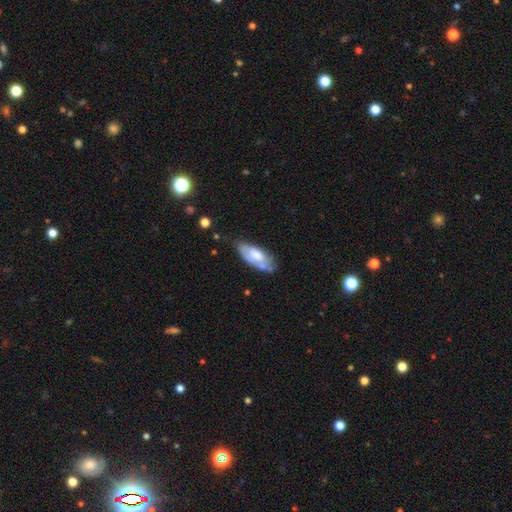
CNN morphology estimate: type=smooth (54%); roundness=in between (84%); merging=none (45%).